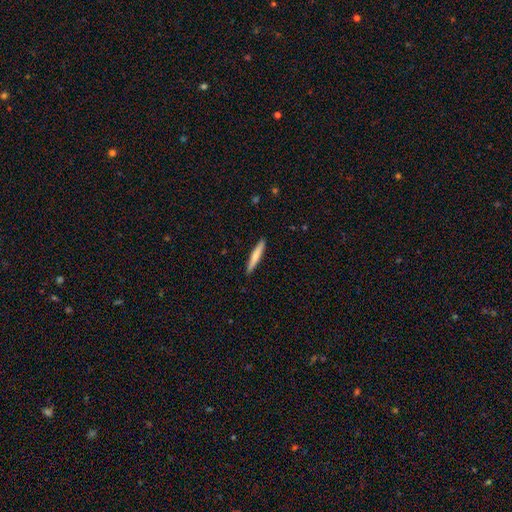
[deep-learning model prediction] smooth-or-featured: smooth: 69% | featured or disk: 26% | star or artifact: 5%
  how-rounded: cigar-shaped: 94% | in between: 4% | round: 1%
  merging: none: 90% | minor disturbance: 7% | major disturbance: 1% | merger: 1%